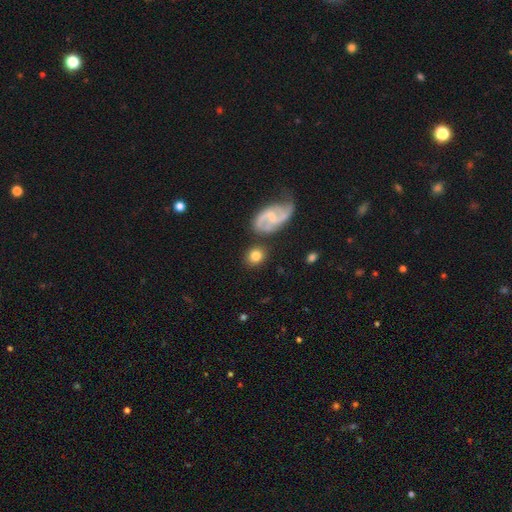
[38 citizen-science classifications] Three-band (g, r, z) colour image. It shows a smooth galaxy with no disk features (66%) that is round (76%). Merging: none (77%).